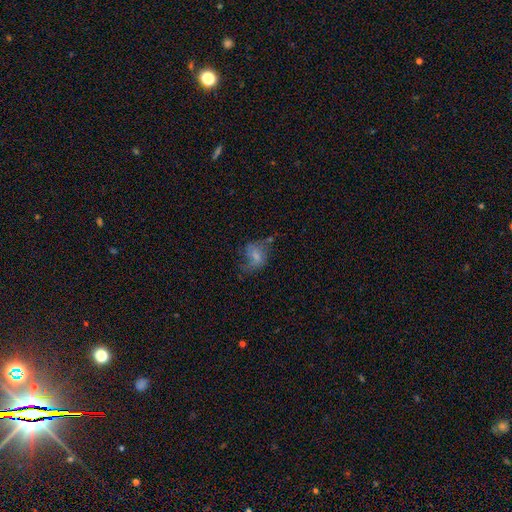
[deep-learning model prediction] Morphology: type=featured or disk (45%); merging=none (35%).